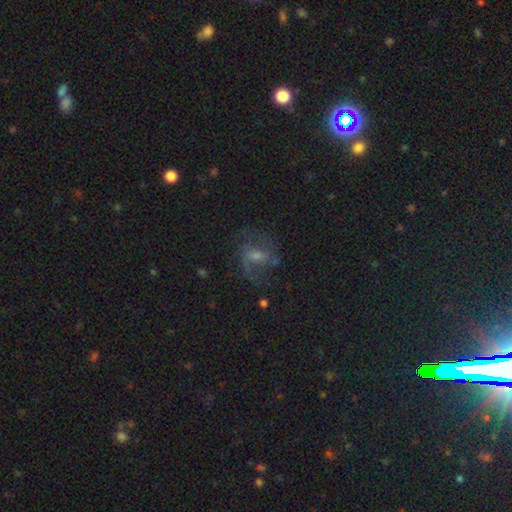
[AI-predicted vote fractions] Morphology: type=featured or disk (65%); edge-on=no (96%); bar=weak (52%); spiral arms=yes (87%); winding=loose (46%); arm count=2 (72%); bulge=small (45%); merging=none (60%).